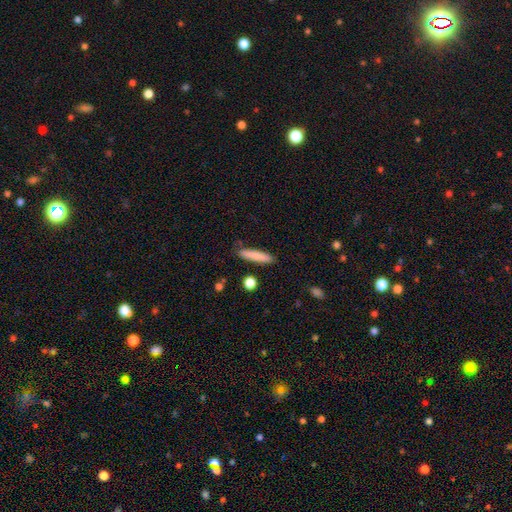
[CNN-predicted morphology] This is clearly a smooth galaxy (82%). How rounded: clearly cigar-shaped (88%). Merging: clearly none (86%).